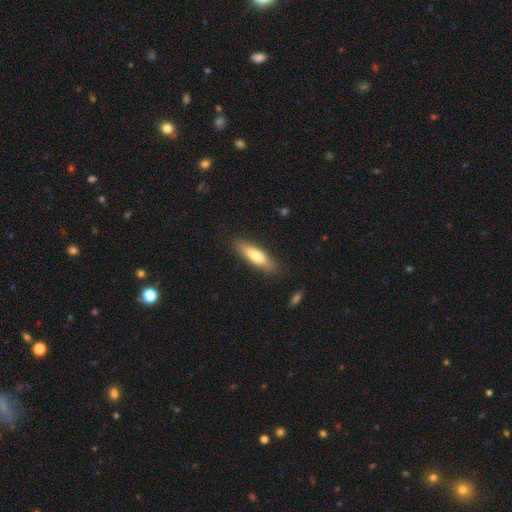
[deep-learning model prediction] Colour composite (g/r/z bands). It shows a smooth galaxy with no disk features (71%) that is cigar-shaped (60%). Merging: none (85%).